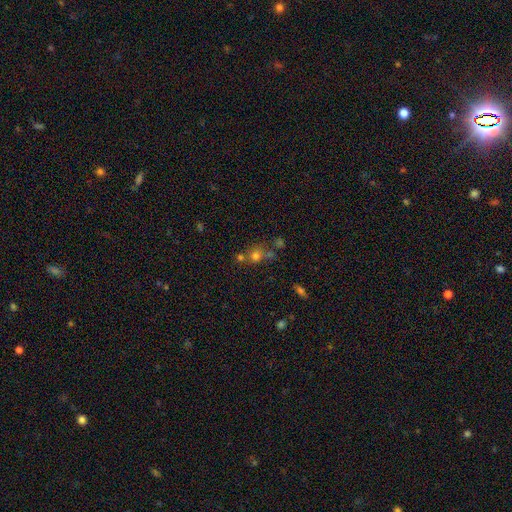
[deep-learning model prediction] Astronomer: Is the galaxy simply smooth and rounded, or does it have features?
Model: smooth — 67%.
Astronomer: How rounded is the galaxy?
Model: round — 83%.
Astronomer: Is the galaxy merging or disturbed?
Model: none — 55% (runner-up: merger, 30%).